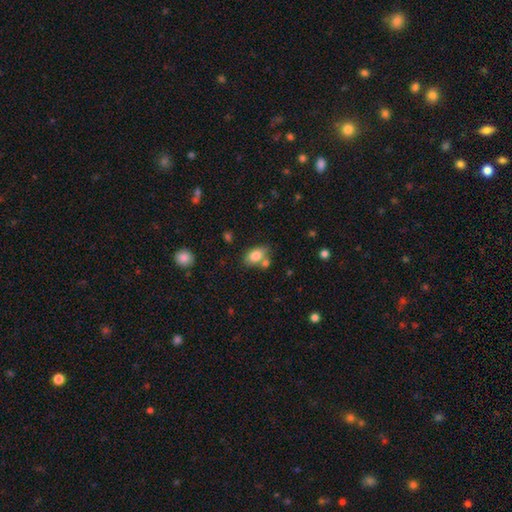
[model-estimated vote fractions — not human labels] Q: Smooth or featured?
A: smooth (82%); runner-up: featured or disk (10%)
Q: How rounded?
A: in between (86%); runner-up: round (12%)
Q: Merging?
A: none (56%); runner-up: merger (23%)